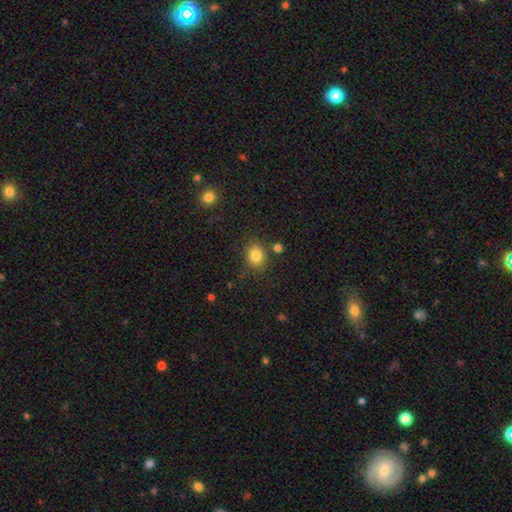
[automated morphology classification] Smooth or featured?
  - smooth: 83% *
  - star or artifact: 11%
  - featured or disk: 6%
How rounded?
  - round: 57% *
  - in between: 42%
  - cigar-shaped: 1%
Merging?
  - none: 77% *
  - minor disturbance: 13%
  - merger: 7%
  - major disturbance: 4%